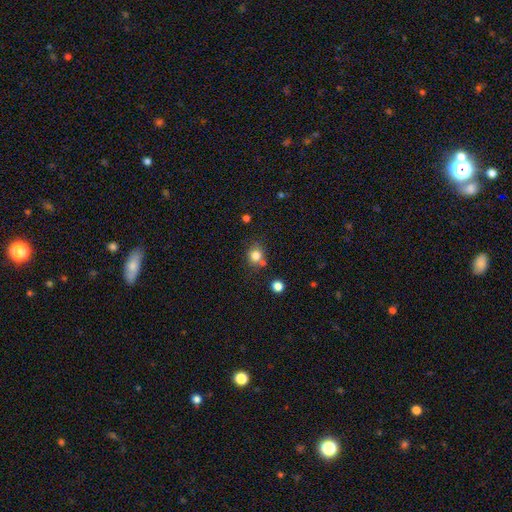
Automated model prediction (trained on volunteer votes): Morphology: type=smooth (81%); roundness=round (84%); merging=none (69%).